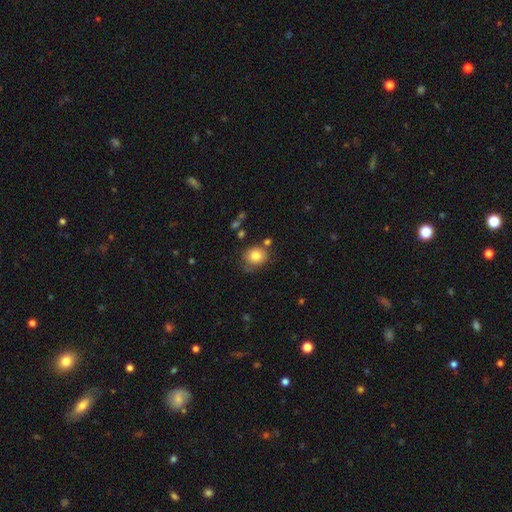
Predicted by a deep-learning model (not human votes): Smooth or featured? smooth (81%)
How rounded? round (74%)
Merging? none (71%)